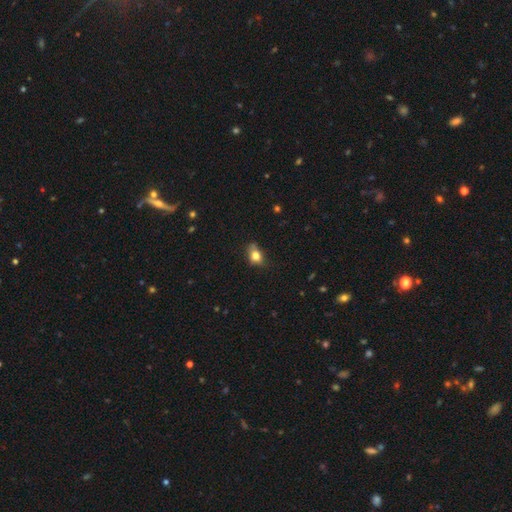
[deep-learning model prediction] Overall: smooth (78%). How rounded: in between (67%; round 31%). Merging: none (51%; minor disturbance 35%).